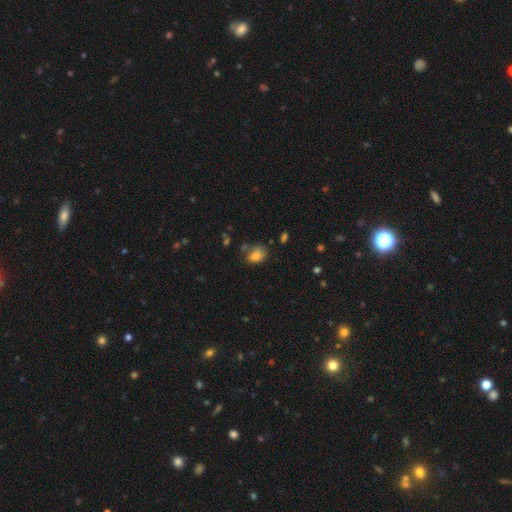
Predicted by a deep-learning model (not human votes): This appears to be a smooth galaxy with no disk features (79%) that is in between round and cigar-shaped (74%). Merging: none (52%).